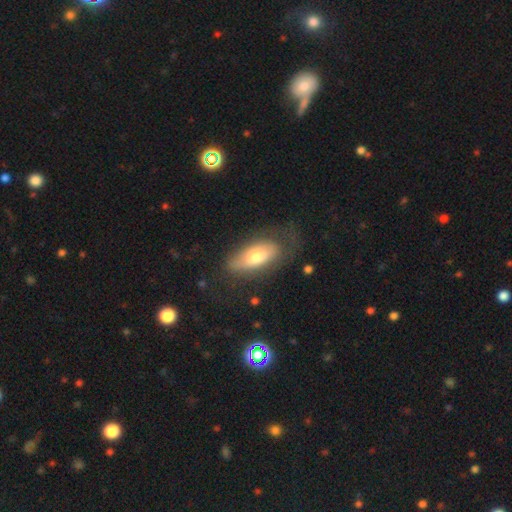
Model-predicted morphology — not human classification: Q: Smooth or featured?
A: smooth (63%); runner-up: featured or disk (30%)
Q: How rounded?
A: in between (85%); runner-up: cigar-shaped (12%)
Q: Merging?
A: none (52%); runner-up: minor disturbance (27%)